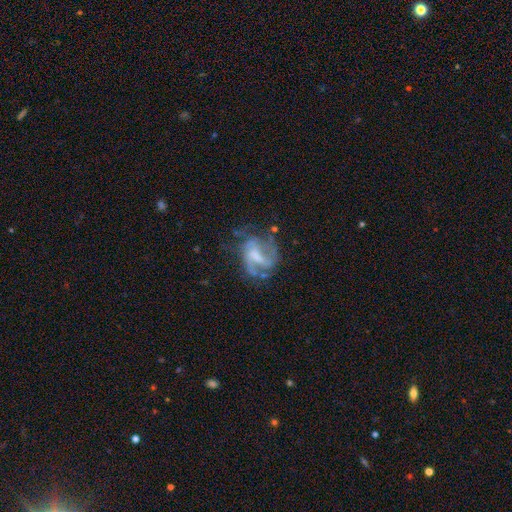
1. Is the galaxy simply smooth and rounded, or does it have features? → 82% featured or disk, 13% smooth, 5% star or artifact.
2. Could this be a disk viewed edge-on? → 97% no, 3% yes.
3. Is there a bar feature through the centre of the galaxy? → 52% weak, 32% strong, 16% no.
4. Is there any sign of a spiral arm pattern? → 100% yes, 0% no.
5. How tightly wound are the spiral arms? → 52% medium, 26% tight, 23% loose.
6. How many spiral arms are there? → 55% 2, 16% can't tell, 13% 3, 10% more than 4, 3% 1, 3% 4.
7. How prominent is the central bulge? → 45% moderate, 29% none, 26% small, 0% dominant, 0% large.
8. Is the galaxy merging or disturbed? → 43% none, 38% major disturbance, 16% minor disturbance, 3% merger.